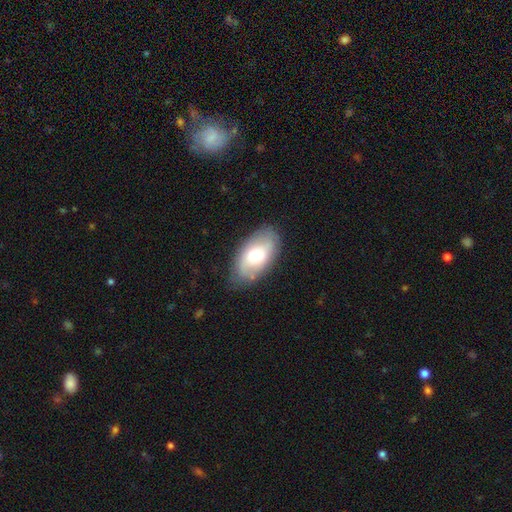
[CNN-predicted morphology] Overall: smooth (62%; featured or disk 31%). How rounded: in between (93%). Merging: none (77%).